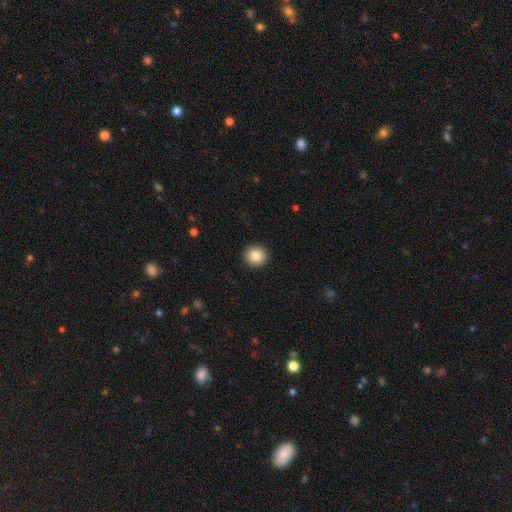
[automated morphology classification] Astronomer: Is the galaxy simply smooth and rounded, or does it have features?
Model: smooth — 85%.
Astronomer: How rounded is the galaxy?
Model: round — 95%.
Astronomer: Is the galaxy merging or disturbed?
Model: none — 93%.